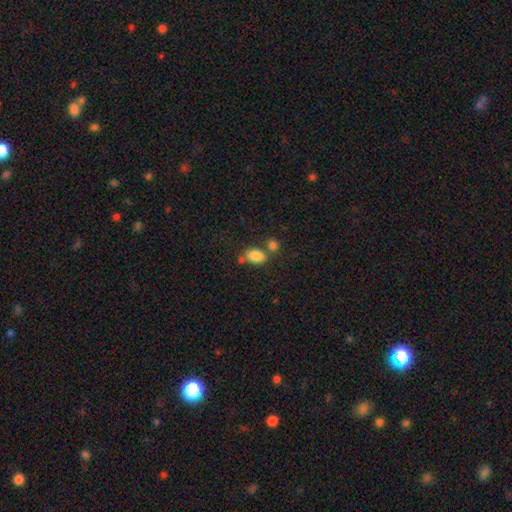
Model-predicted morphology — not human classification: Q: Smooth or featured?
A: smooth (84%); runner-up: star or artifact (9%)
Q: How rounded?
A: in between (87%); runner-up: round (12%)
Q: Merging?
A: none (56%); runner-up: merger (26%)